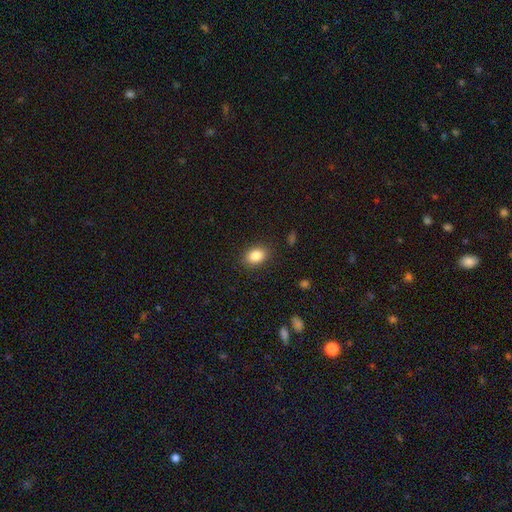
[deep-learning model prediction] smooth 85%, star or artifact 9%, featured or disk 6%. Down the decision tree: how rounded — in between (75%); merging — none (87%).